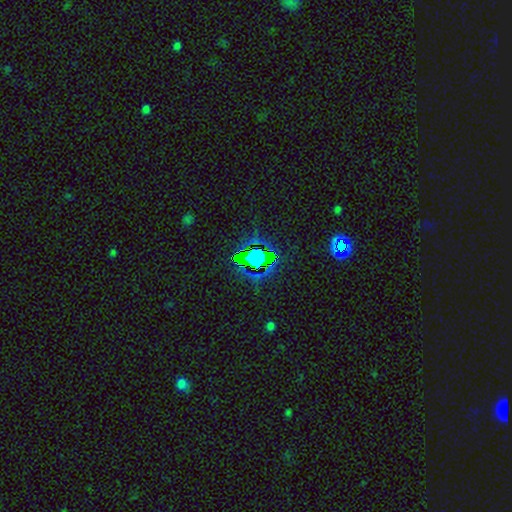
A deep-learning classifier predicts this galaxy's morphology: Smooth or featured? Predicted: star or artifact (p=0.72).